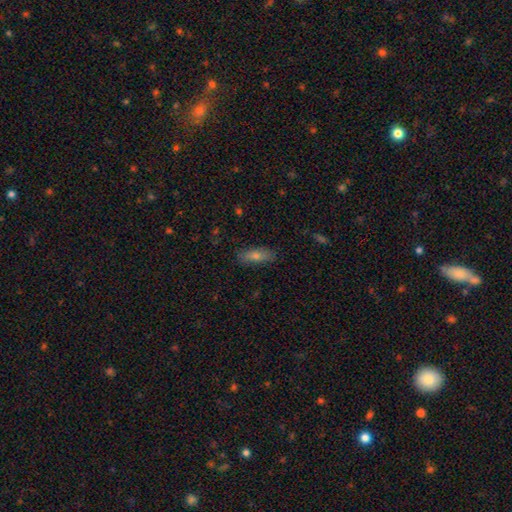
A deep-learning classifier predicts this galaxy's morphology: Smooth or featured: smooth — 69% (featured or disk — 22%)
How rounded: in between — 57% (cigar-shaped — 40%)
Merging: none — 86% (minor disturbance — 11%)